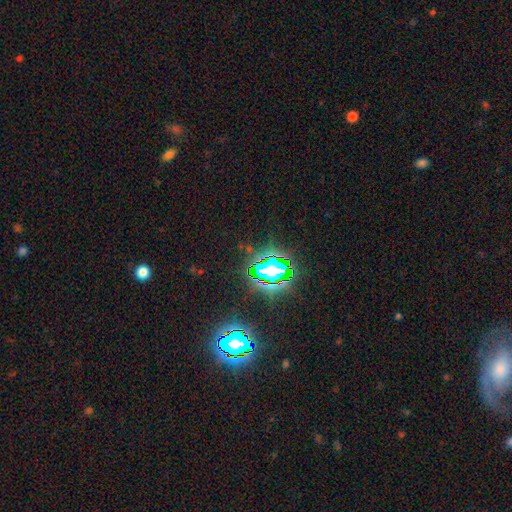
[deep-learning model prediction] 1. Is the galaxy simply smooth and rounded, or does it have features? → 75% star or artifact, 14% smooth, 11% featured or disk.